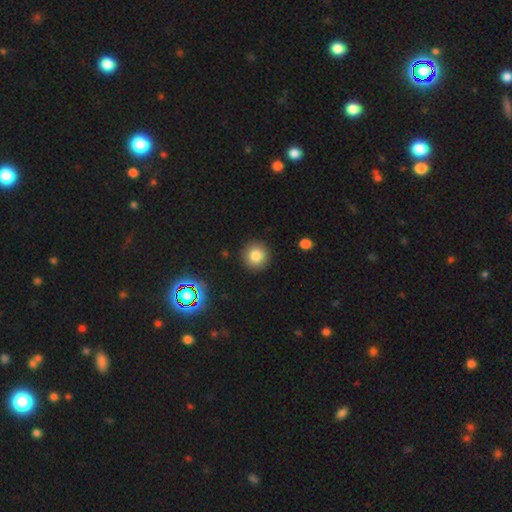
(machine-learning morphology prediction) A smooth galaxy with no disk features (81%) that is round (94%).

Vote fractions:
- Smooth or featured? smooth: 81% / star or artifact: 12% / featured or disk: 7%
- How rounded? round: 94% / in between: 5% / cigar-shaped: 1%
- Merging? none: 91% / minor disturbance: 6% / major disturbance: 2% / merger: 1%